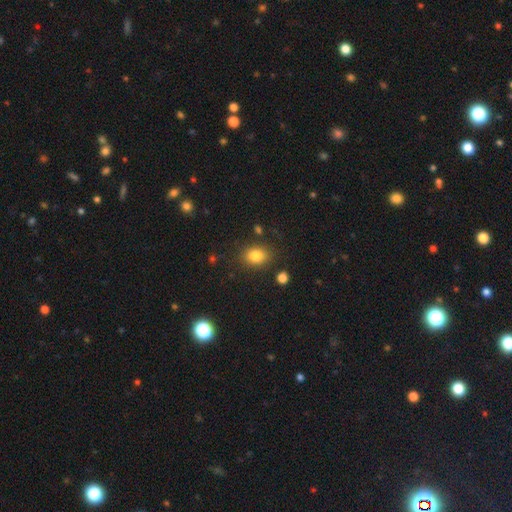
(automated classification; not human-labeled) smooth-or-featured: smooth: 83% | star or artifact: 10% | featured or disk: 6%
  how-rounded: in between: 63% | round: 36% | cigar-shaped: 1%
  merging: none: 82% | minor disturbance: 11% | major disturbance: 4% | merger: 3%